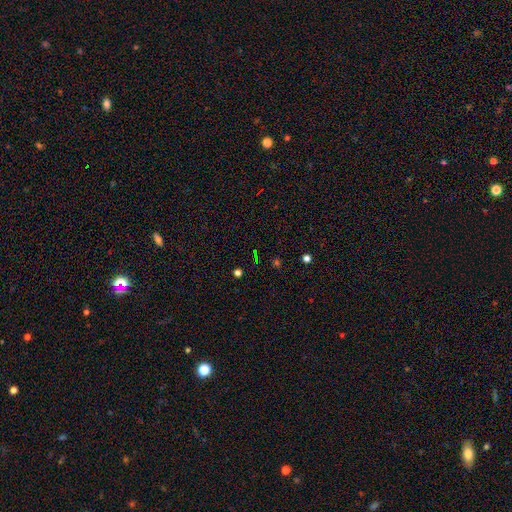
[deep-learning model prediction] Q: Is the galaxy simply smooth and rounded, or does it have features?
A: star or artifact — 64%.